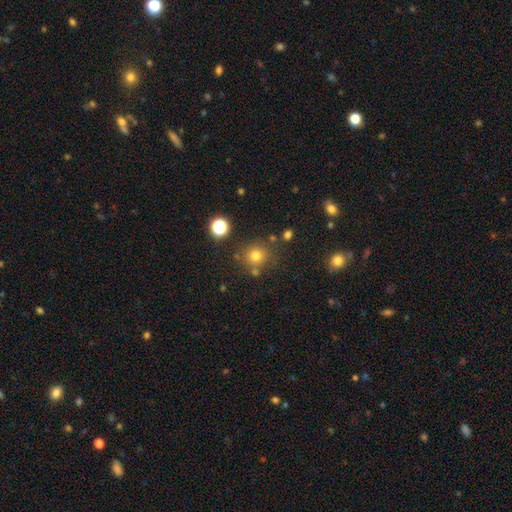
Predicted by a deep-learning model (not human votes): smooth-or-featured: smooth: 74% | star or artifact: 18% | featured or disk: 8%
  how-rounded: round: 91% | in between: 8% | cigar-shaped: 1%
  merging: none: 78% | minor disturbance: 10% | merger: 8% | major disturbance: 4%